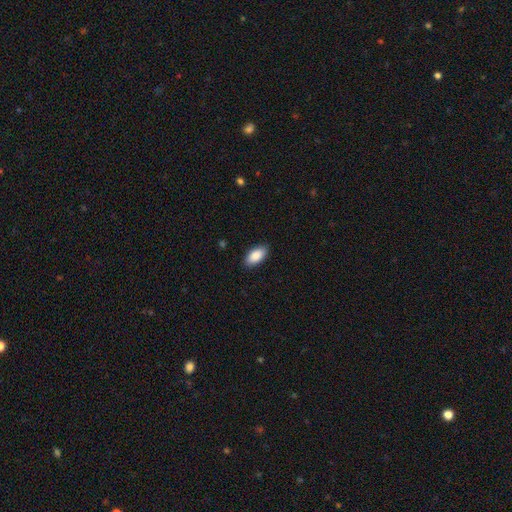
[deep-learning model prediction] smooth 89%, star or artifact 6%, featured or disk 5%. Down the decision tree: how rounded — in between (94%); merging — none (88%).